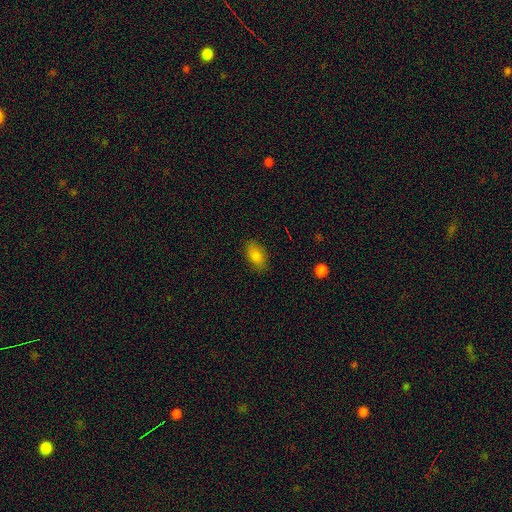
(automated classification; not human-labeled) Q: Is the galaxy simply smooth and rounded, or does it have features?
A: smooth — 83%.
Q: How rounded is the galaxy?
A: in between — 90%.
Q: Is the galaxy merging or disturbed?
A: none — 85%.